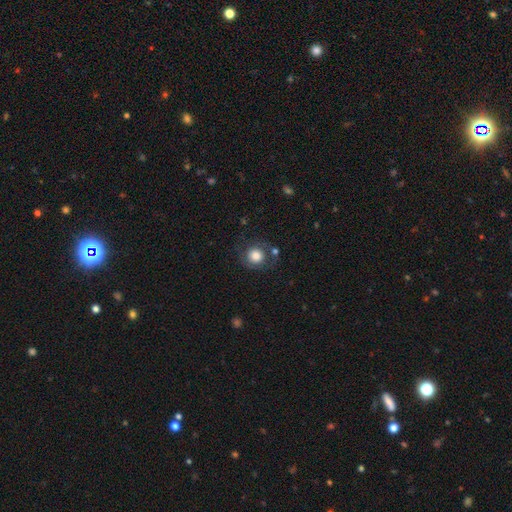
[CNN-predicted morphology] Smooth or featured? Predicted: smooth (p=0.75). How rounded? Predicted: round (p=0.88). Merging? Predicted: none (p=0.67).